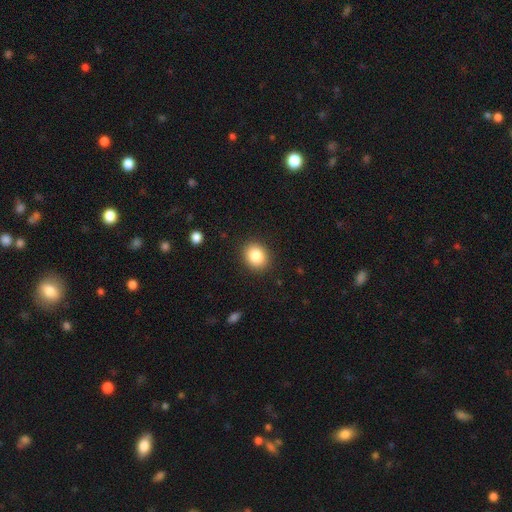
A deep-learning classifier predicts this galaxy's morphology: Smooth or featured?
  - smooth: 85% *
  - star or artifact: 9%
  - featured or disk: 6%
How rounded?
  - round: 58% *
  - in between: 41%
  - cigar-shaped: 1%
Merging?
  - none: 89% *
  - minor disturbance: 8%
  - major disturbance: 2%
  - merger: 1%